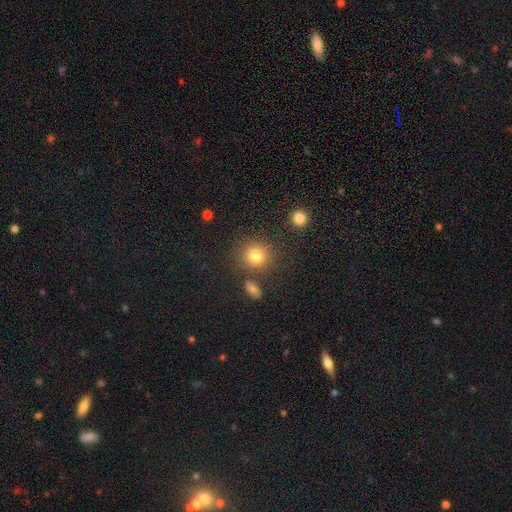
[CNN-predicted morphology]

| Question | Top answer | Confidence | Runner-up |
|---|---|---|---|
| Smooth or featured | smooth | 80% | star or artifact (13%) |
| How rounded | round | 87% | in between (12%) |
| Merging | none | 80% | minor disturbance (9%) |